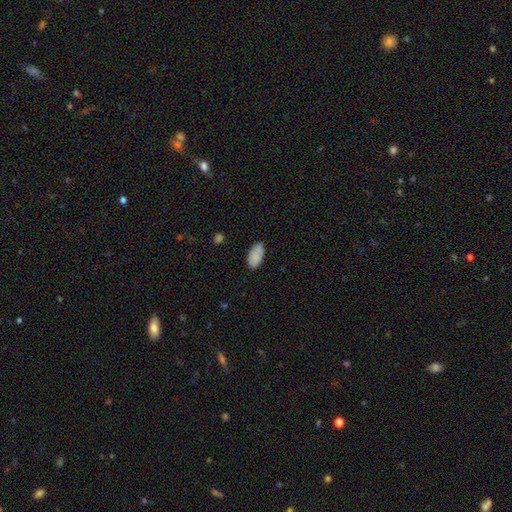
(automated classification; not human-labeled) Smooth or featured? Predicted: smooth (p=0.87). How rounded? Predicted: in between (p=0.95). Merging? Predicted: none (p=0.76).